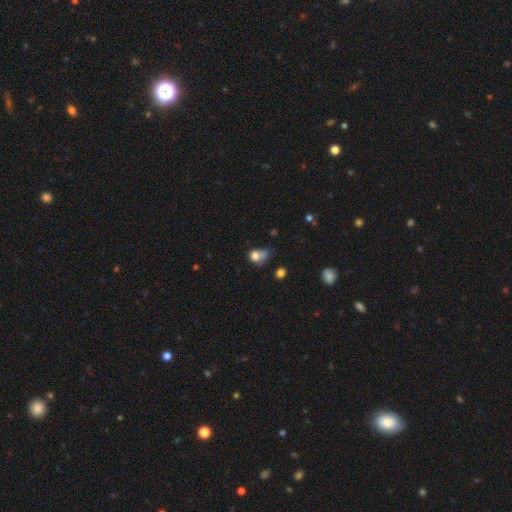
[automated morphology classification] This appears to be a smooth galaxy with no disk features (72%) that is in between round and cigar-shaped (51%). Merging: minor disturbance (30%).